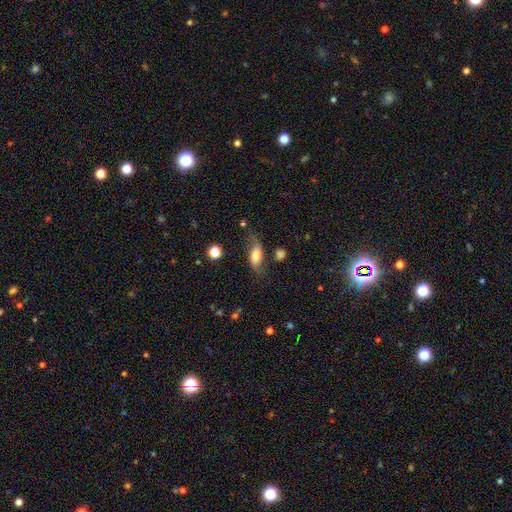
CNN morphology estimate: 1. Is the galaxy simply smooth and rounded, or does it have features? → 56% smooth, 35% featured or disk, 9% star or artifact.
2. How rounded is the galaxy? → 81% in between, 13% cigar-shaped, 6% round.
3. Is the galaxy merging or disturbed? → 58% none, 25% minor disturbance, 12% major disturbance, 4% merger.